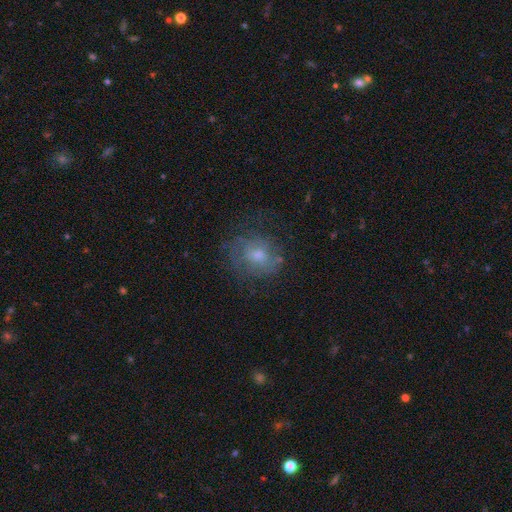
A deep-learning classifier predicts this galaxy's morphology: Q: Smooth or featured?
A: featured or disk (43%); tied with: smooth (43%)
Q: Merging?
A: none (63%); runner-up: minor disturbance (21%)